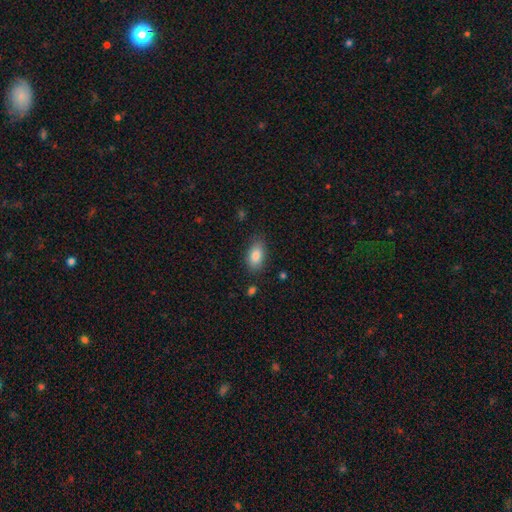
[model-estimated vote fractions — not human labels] Smooth or featured? Predicted: smooth (p=0.85). How rounded? Predicted: in between (p=0.91). Merging? Predicted: none (p=0.81).